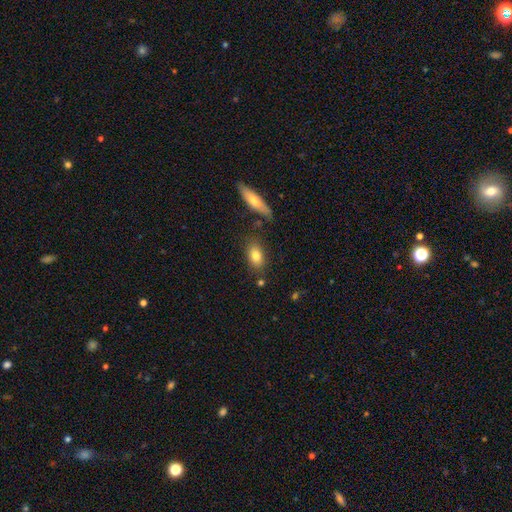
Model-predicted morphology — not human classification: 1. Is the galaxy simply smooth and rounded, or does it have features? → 81% smooth, 12% featured or disk, 8% star or artifact.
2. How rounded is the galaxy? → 84% in between, 10% round, 7% cigar-shaped.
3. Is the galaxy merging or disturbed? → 76% none, 14% minor disturbance, 6% merger, 4% major disturbance.